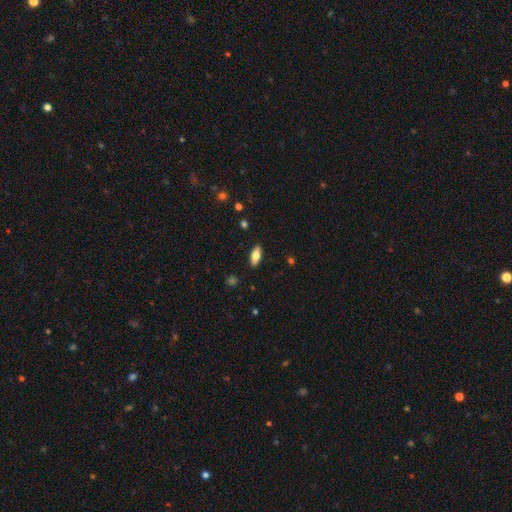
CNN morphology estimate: smooth 75%, featured or disk 18%, star or artifact 7%. Down the decision tree: how rounded — in between (82%); merging — none (89%).